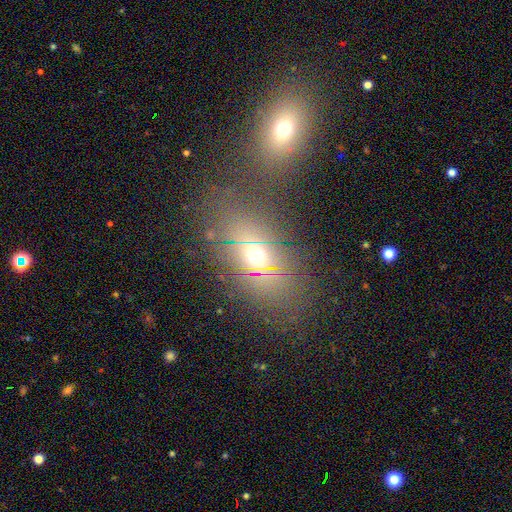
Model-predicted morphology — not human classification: The model was most divided on "smooth or featured": smooth: 57%, featured or disk: 22%, star or artifact: 22%. More confident: how rounded — in between (75%); merging — none (61%).